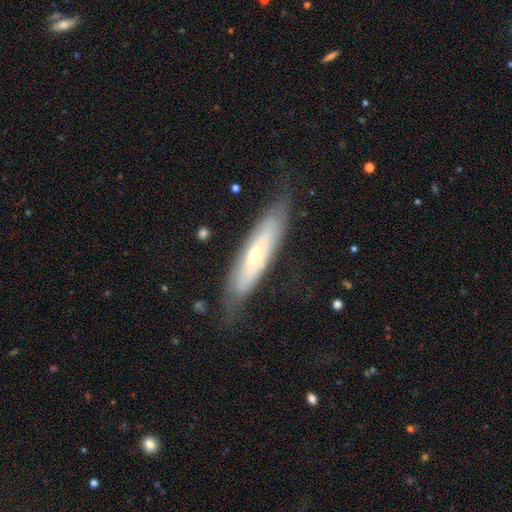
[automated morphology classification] smooth_or_featured: featured or disk (p=0.57) [alt: smooth p=0.36]
disk_edge_on: no (p=0.53) [alt: yes p=0.47]
merging: none (p=0.70) [alt: minor disturbance p=0.20]